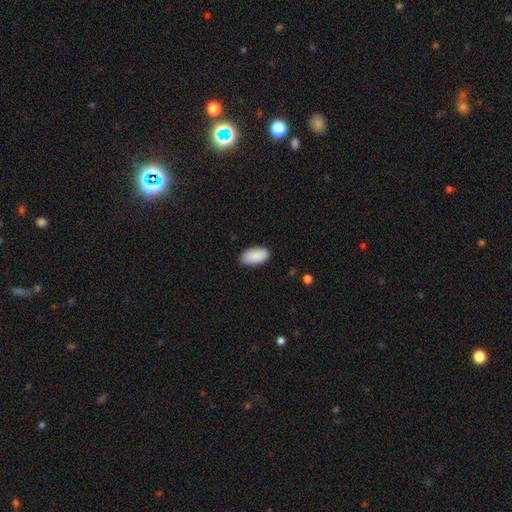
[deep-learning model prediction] smooth 90%, star or artifact 6%, featured or disk 4%. Down the decision tree: how rounded — in between (95%); merging — none (82%).